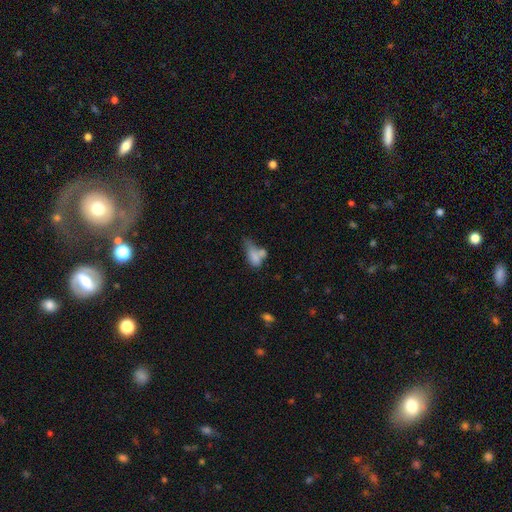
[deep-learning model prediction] The model was most divided on "merging": merger: 39%, major disturbance: 23%, minor disturbance: 19%, none: 19%. More confident: how rounded — in between (82%); smooth or featured — smooth (69%).